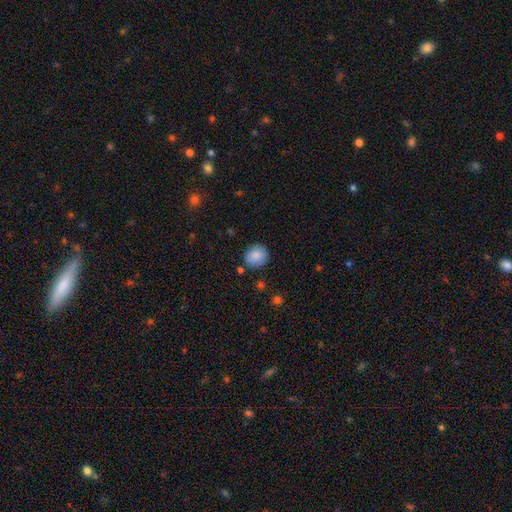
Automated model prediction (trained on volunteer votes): Smooth or featured: smooth — 87% (star or artifact — 8%)
How rounded: round — 80% (in between — 19%)
Merging: none — 83% (minor disturbance — 12%)